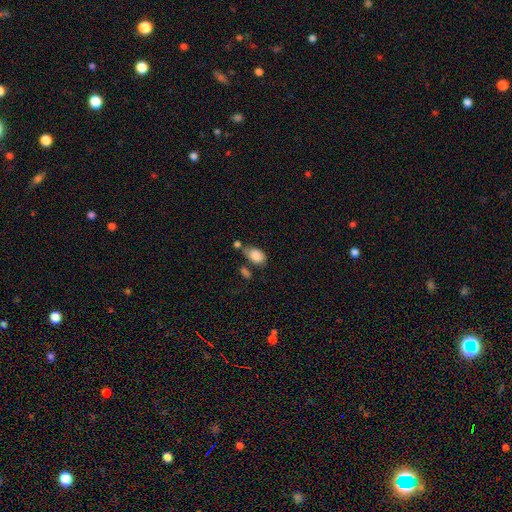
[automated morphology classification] This appears to be a smooth galaxy with no disk features (86%) that is in between round and cigar-shaped (90%). Merging: none (48%).